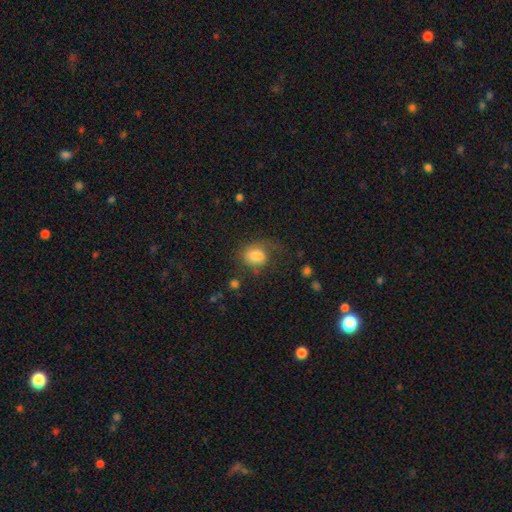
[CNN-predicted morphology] This appears to be a smooth galaxy with no disk features (76%) that is in between round and cigar-shaped (55%). Merging: none (44%).